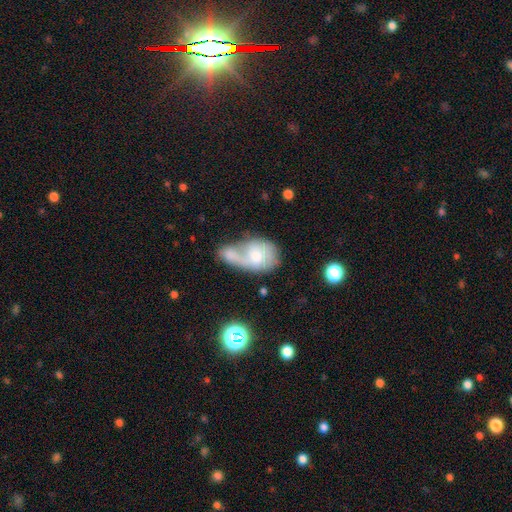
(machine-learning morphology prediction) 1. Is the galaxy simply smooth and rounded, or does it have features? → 52% smooth, 40% featured or disk, 8% star or artifact.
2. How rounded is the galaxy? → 69% in between, 29% round, 2% cigar-shaped.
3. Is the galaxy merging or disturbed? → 57% merger, 16% none, 15% major disturbance, 12% minor disturbance.